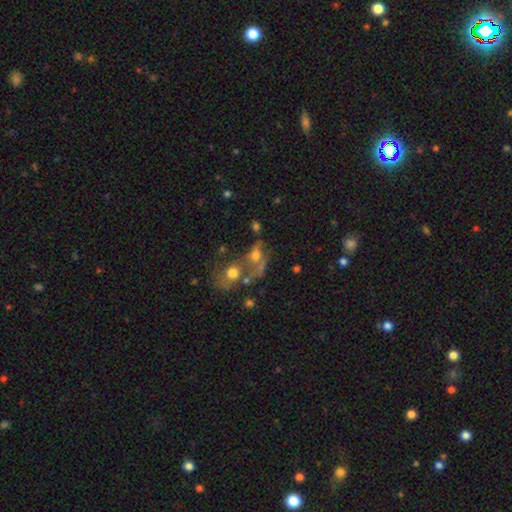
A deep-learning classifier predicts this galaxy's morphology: smooth 53%, featured or disk 30%, star or artifact 17%. Down the decision tree: how rounded — in between (58%); merging — merger (50%).